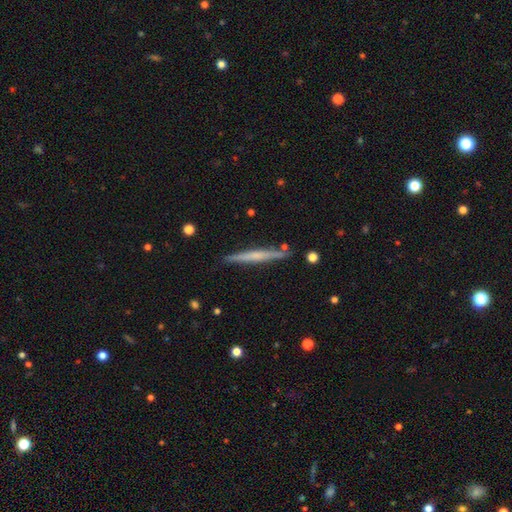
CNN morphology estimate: A featured or disk galaxy (56%) viewed edge-on (98%) with no central bulge (58%). Merging: none (88%).